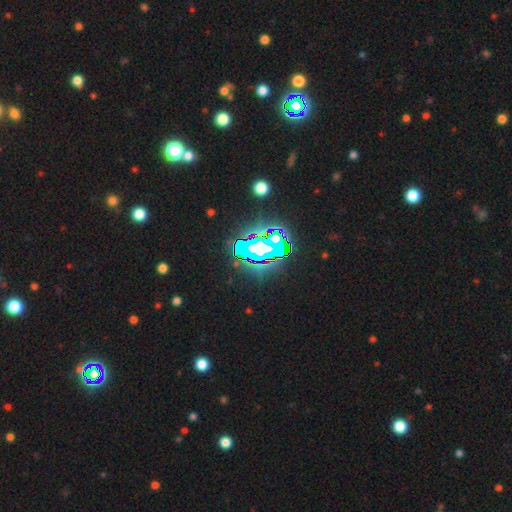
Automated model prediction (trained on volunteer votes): This is clearly a star or artifact rather than a galaxy (84%).